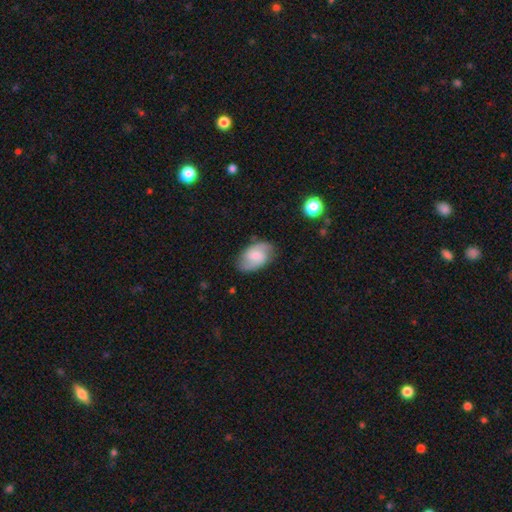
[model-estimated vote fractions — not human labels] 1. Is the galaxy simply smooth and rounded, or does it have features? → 68% featured or disk, 26% smooth, 7% star or artifact.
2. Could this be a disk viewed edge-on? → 97% no, 3% yes.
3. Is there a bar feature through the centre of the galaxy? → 49% no, 43% weak, 8% strong.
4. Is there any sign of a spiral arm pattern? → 94% yes, 6% no.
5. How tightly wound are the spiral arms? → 50% medium, 30% tight, 20% loose.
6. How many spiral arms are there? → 87% 2, 7% can't tell, 2% 1, 2% 3, 1% 4, 1% more than 4.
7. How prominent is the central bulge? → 45% small, 28% moderate, 19% none, 6% large, 2% dominant.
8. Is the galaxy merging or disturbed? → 79% none, 15% minor disturbance, 4% major disturbance, 1% merger.